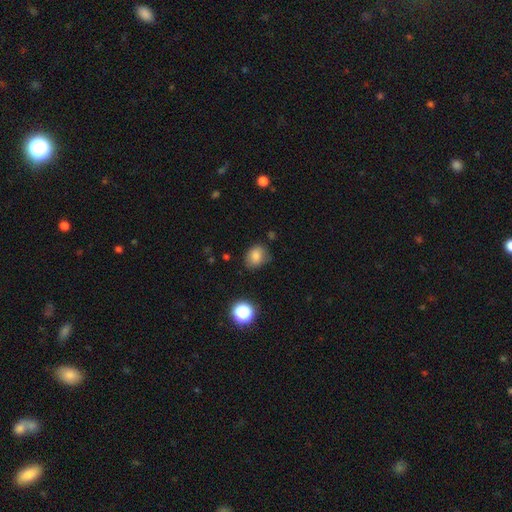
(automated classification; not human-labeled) Overall: smooth (80%). How rounded: in between (53%; round 46%). Merging: none (69%).